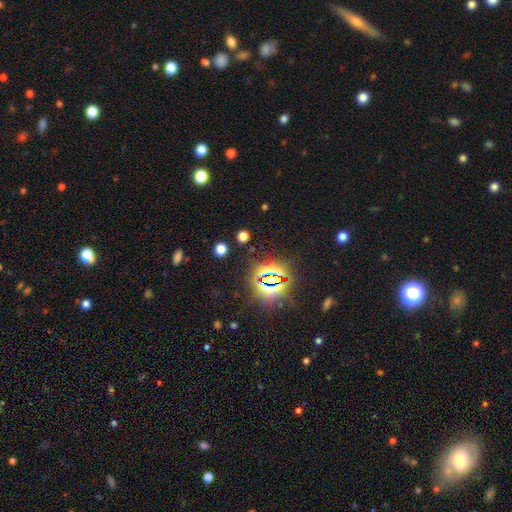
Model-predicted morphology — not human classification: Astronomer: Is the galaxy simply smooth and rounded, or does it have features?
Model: star or artifact — 81%.